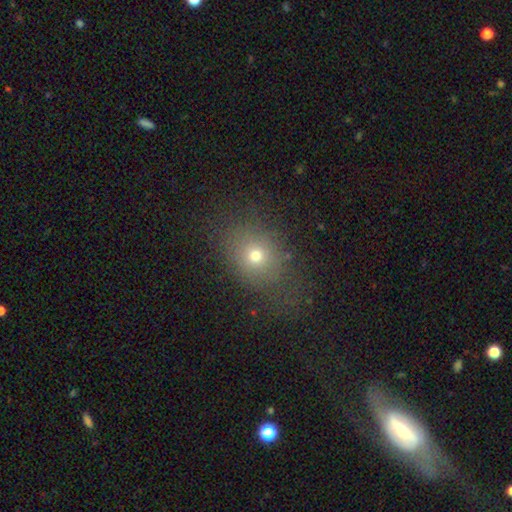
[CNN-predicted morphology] smooth-or-featured: smooth: 69% | star or artifact: 18% | featured or disk: 13%
  how-rounded: round: 49% (tied) | in between: 49% (tied) | cigar-shaped: 1%
  merging: none: 73% | minor disturbance: 15% | major disturbance: 10% | merger: 2%